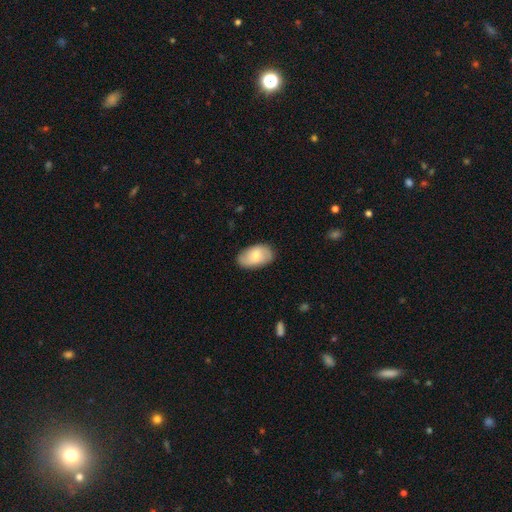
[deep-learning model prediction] Overall: smooth (68%). How rounded: in between (94%). Merging: none (81%).